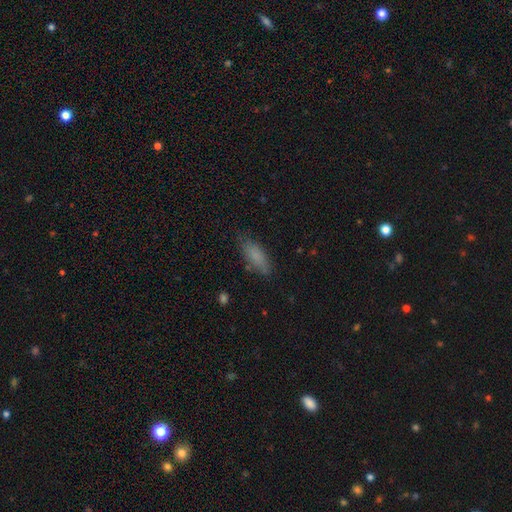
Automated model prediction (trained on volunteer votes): A smooth galaxy with no disk features (82%) that is in between round and cigar-shaped (71%).

Vote fractions:
- Smooth or featured? smooth: 82% / featured or disk: 10% / star or artifact: 8%
- How rounded? in between: 71% / cigar-shaped: 27% / round: 2%
- Merging? none: 75% / minor disturbance: 19% / major disturbance: 5% / merger: 2%